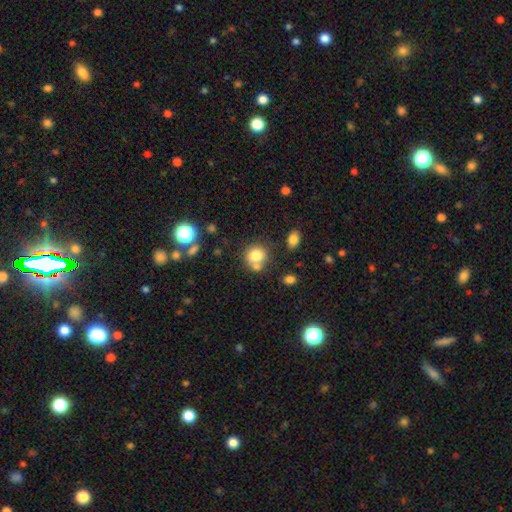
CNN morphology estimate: A smooth galaxy with no disk features (77%) that is round (79%). Merging: none (51%).